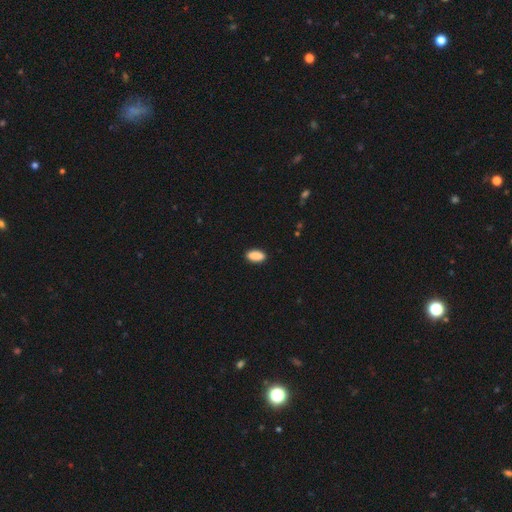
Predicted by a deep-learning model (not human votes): The model was most divided on "how rounded": in between: 87%, cigar-shaped: 10%, round: 3%. More confident: smooth or featured — smooth (90%); merging — none (90%).